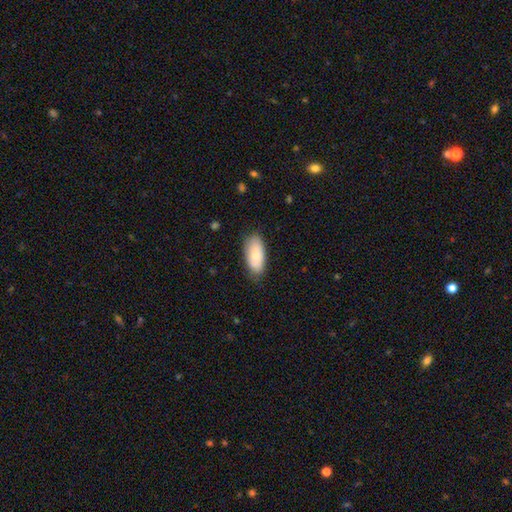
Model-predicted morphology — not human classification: The model was most divided on "merging": none: 78%, minor disturbance: 18%, major disturbance: 3%, merger: 1%. More confident: how rounded — in between (91%); smooth or featured — smooth (78%).